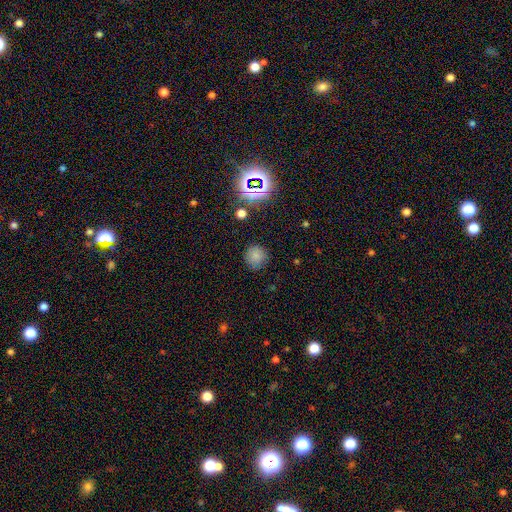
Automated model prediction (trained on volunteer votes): Morphology: type=smooth (74%); roundness=round (92%); merging=none (84%).